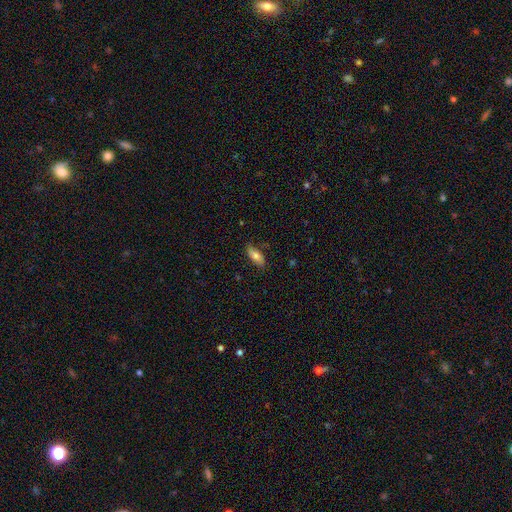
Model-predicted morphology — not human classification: Overall: smooth (71%). How rounded: in between (79%). Merging: none (80%).